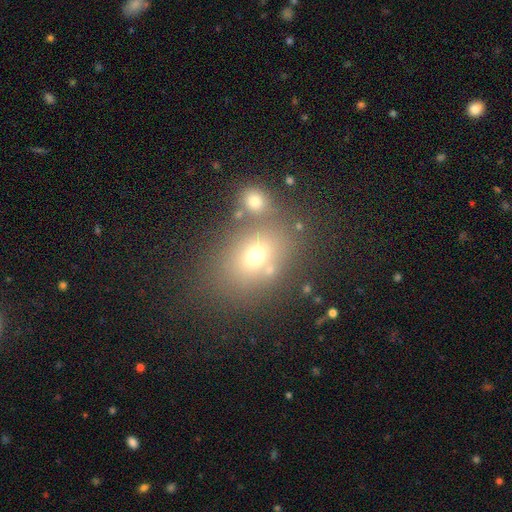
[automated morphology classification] This is likely a smooth galaxy (64%). How rounded: likely in between (62%). Merging: possibly none (57%).